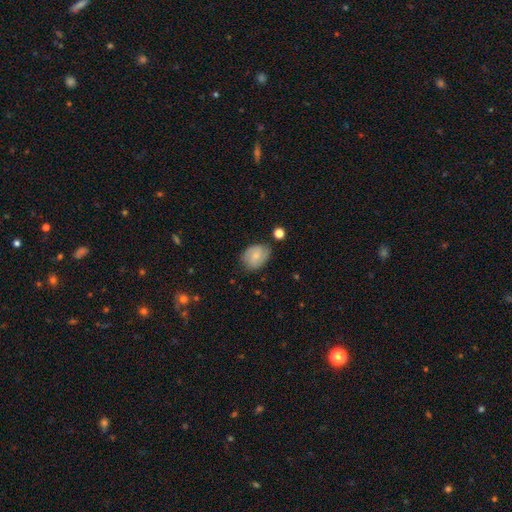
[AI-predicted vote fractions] smooth_or_featured: smooth (p=0.70) [alt: featured or disk p=0.23]
how_rounded: in between (p=0.67) [alt: round p=0.32]
merging: none (p=0.69) [alt: minor disturbance p=0.23]